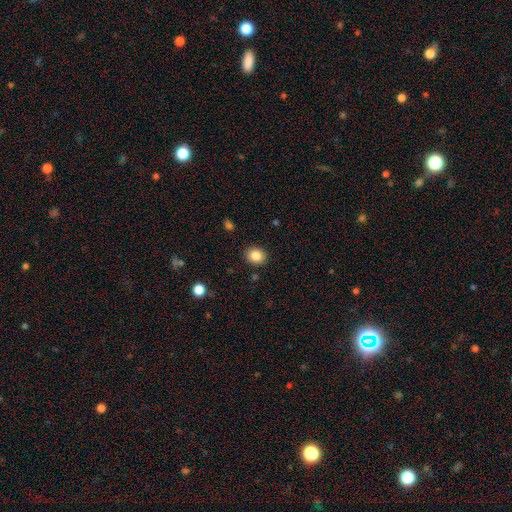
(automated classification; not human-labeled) Smooth or featured? smooth (84%)
How rounded? round (69%)
Merging? none (89%)